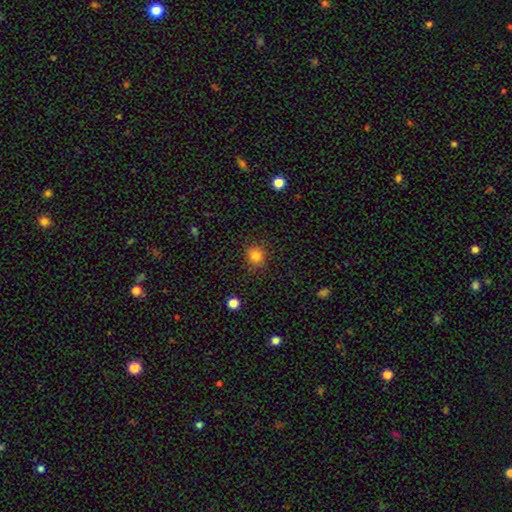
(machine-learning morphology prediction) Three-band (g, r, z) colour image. It shows a smooth galaxy with no disk features (82%) that is round (85%). Merging: none (86%).